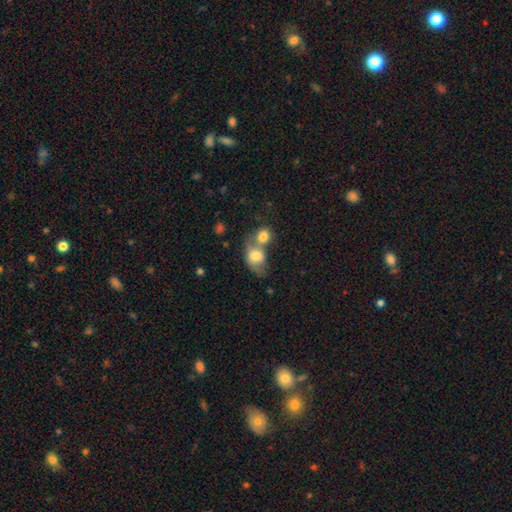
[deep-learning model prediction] smooth-or-featured: smooth: 71% | featured or disk: 21% | star or artifact: 8%
  how-rounded: in between: 64% | round: 34% | cigar-shaped: 2%
  merging: merger: 63% | none: 18% | minor disturbance: 10% | major disturbance: 9%